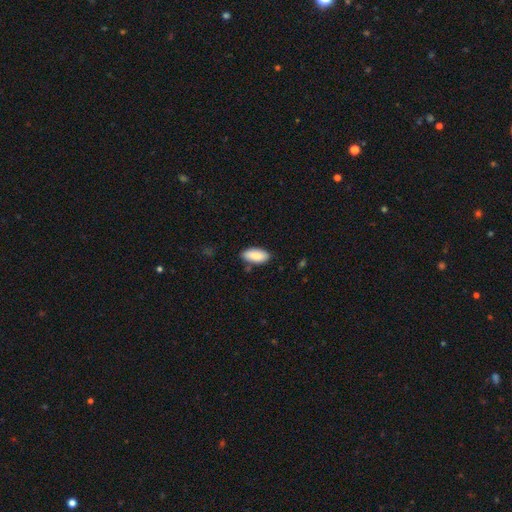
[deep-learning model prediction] Smooth or featured? smooth (86%)
How rounded? in between (90%)
Merging? none (82%)